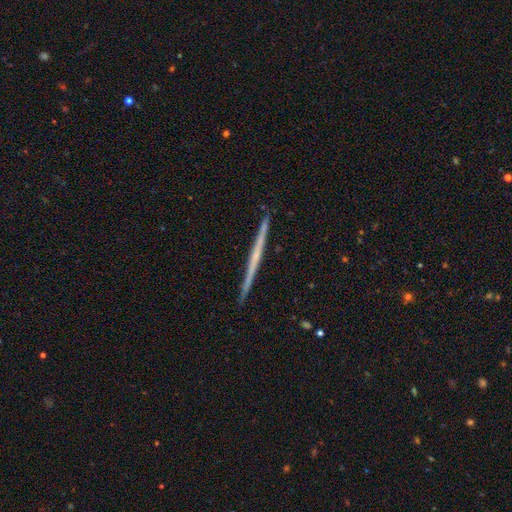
Smooth or featured?
  - featured or disk: 65% *
  - smooth: 32%
  - star or artifact: 3%
Edge-on disk?
  - yes: 96% *
  - no: 4%
Edge-on bulge?
  - none: 96% *
  - rounded: 4%
  - boxy: 0%
Merging?
  - none: 94% *
  - minor disturbance: 3%
  - major disturbance: 3%
  - merger: 0%